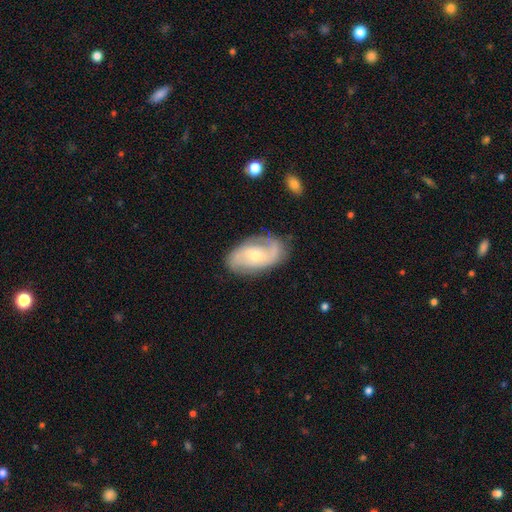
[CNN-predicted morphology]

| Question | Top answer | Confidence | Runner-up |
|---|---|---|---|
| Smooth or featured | featured or disk | 77% | smooth (17%) |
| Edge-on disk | no | 96% | yes (4%) |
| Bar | no | 49% | weak (41%) |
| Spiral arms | yes | 92% | no (8%) |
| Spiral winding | medium | 44% | tight (34%) |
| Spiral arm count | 2 | 70% | can't tell (15%) |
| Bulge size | small | 54% | moderate (42%) |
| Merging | none | 75% | minor disturbance (18%) |